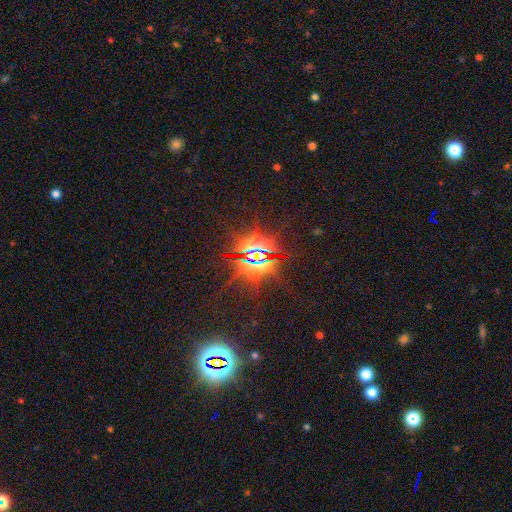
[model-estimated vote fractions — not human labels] A star or artifact, not a galaxy (85%).

Vote fractions:
- Smooth or featured? star or artifact: 85% / featured or disk: 8% / smooth: 7%